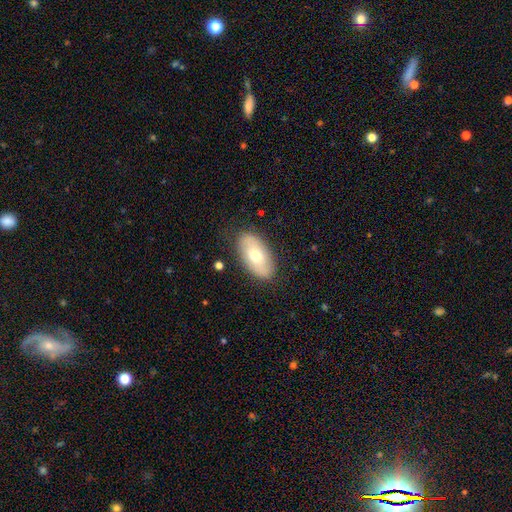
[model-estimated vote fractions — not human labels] This appears to be a smooth galaxy with no disk features (61%) that is in between round and cigar-shaped (93%). Merging: none (83%).